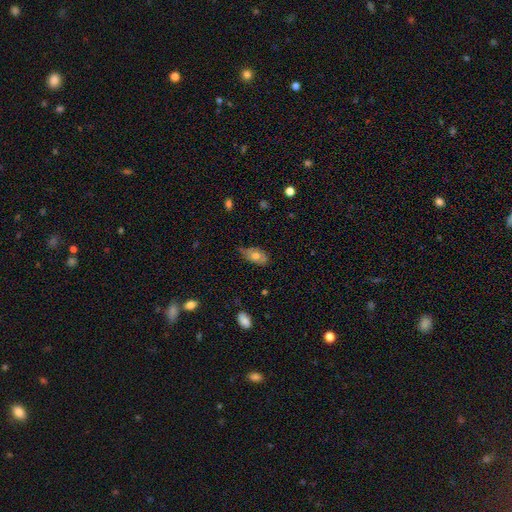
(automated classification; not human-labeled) Smooth or featured?
  - smooth: 64% *
  - featured or disk: 29%
  - star or artifact: 8%
How rounded?
  - in between: 90% *
  - round: 7%
  - cigar-shaped: 4%
Merging?
  - none: 56% *
  - minor disturbance: 34%
  - major disturbance: 7%
  - merger: 2%